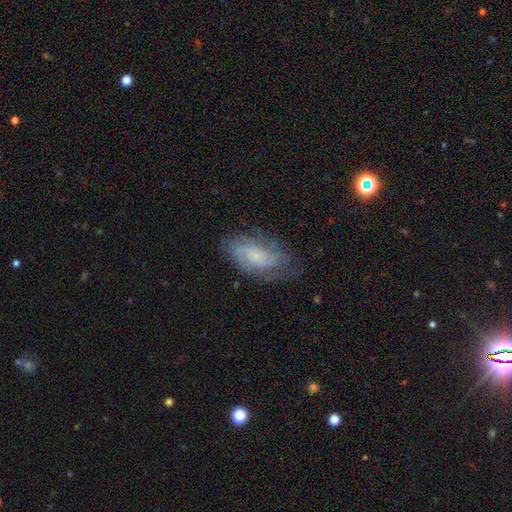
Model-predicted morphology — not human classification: type=featured or disk (61%); edge-on=no (93%); bar=no (72%); spiral arms=yes (85%); bulge=small (61%); merging=none (64%).